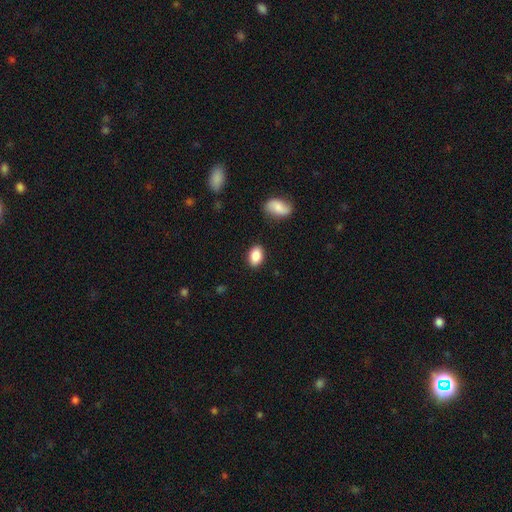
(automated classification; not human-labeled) Smooth or featured?
  - smooth: 87% *
  - star or artifact: 7%
  - featured or disk: 6%
How rounded?
  - in between: 85% *
  - round: 14%
  - cigar-shaped: 1%
Merging?
  - none: 86% *
  - minor disturbance: 10%
  - major disturbance: 2%
  - merger: 2%